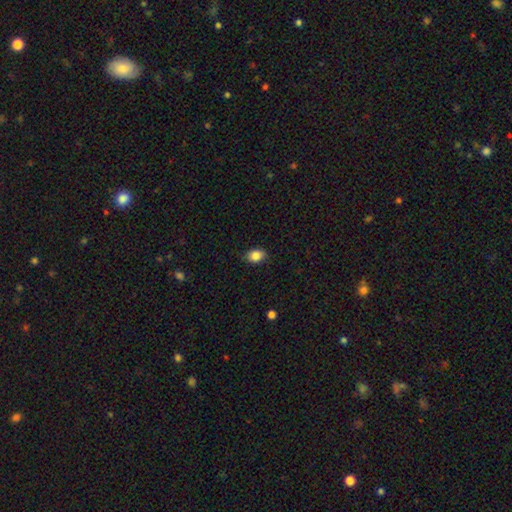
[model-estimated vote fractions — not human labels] The model was most divided on "how rounded": in between: 70%, round: 29%, cigar-shaped: 1%. More confident: smooth or featured — smooth (87%); merging — none (84%).